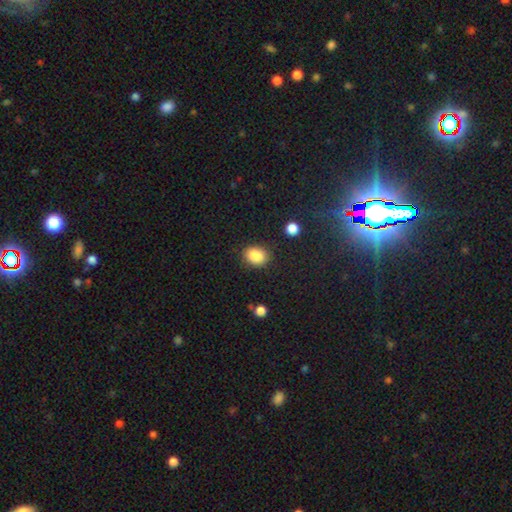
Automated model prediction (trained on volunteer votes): This is clearly a smooth galaxy (87%). How rounded: likely in between (62%). Merging: likely none (78%).